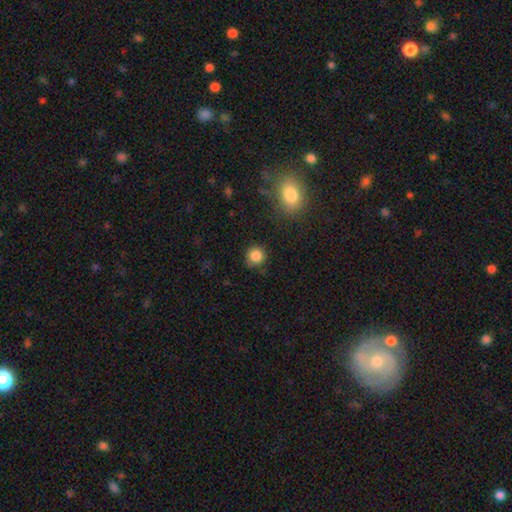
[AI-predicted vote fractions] A smooth galaxy with no disk features (85%) that is round (92%).

Vote fractions:
- Smooth or featured? smooth: 85% / star or artifact: 11% / featured or disk: 4%
- How rounded? round: 92% / in between: 7% / cigar-shaped: 1%
- Merging? none: 84% / minor disturbance: 11% / major disturbance: 3% / merger: 2%